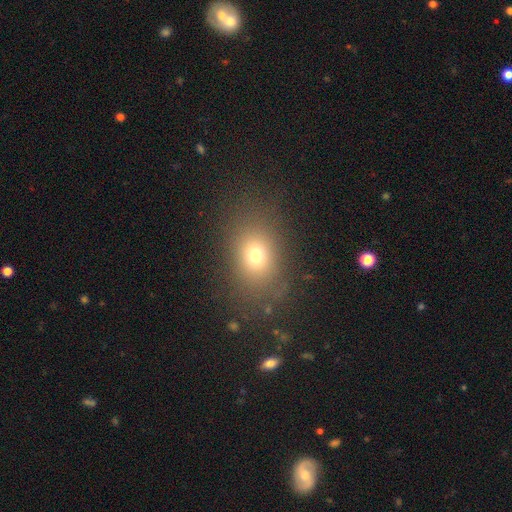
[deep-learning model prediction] Smooth or featured: smooth — 70% (star or artifact — 18%)
How rounded: in between — 59% (round — 39%)
Merging: none — 80% (minor disturbance — 11%)